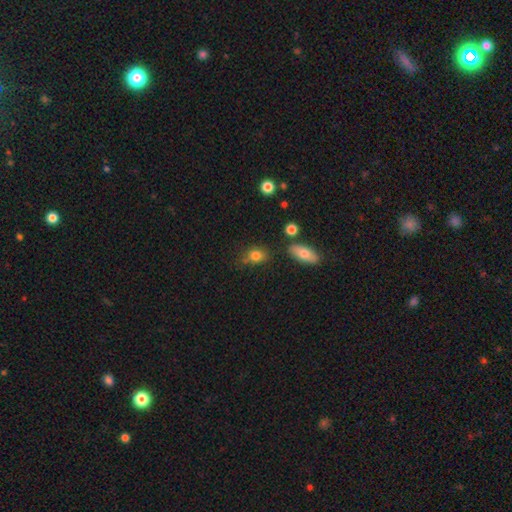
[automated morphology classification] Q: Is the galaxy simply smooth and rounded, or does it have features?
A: smooth — 80%.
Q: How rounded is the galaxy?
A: in between — 58%.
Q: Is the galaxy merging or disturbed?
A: none — 68%.